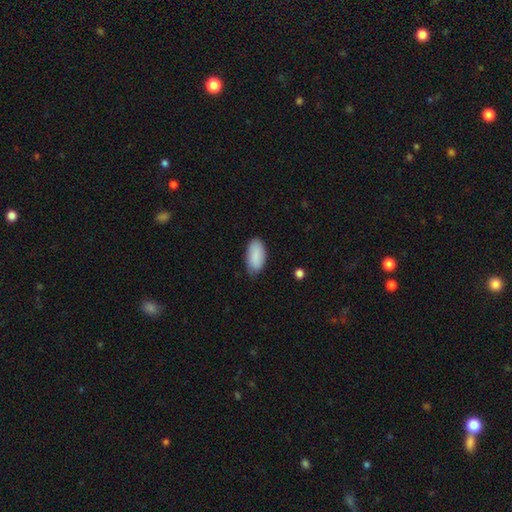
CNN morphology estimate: A smooth galaxy with no disk features (87%) that is in between round and cigar-shaped (93%).

Vote fractions:
- Smooth or featured? smooth: 87% / featured or disk: 7% / star or artifact: 6%
- How rounded? in between: 93% / cigar-shaped: 4% / round: 2%
- Merging? none: 75% / minor disturbance: 20% / major disturbance: 3% / merger: 1%